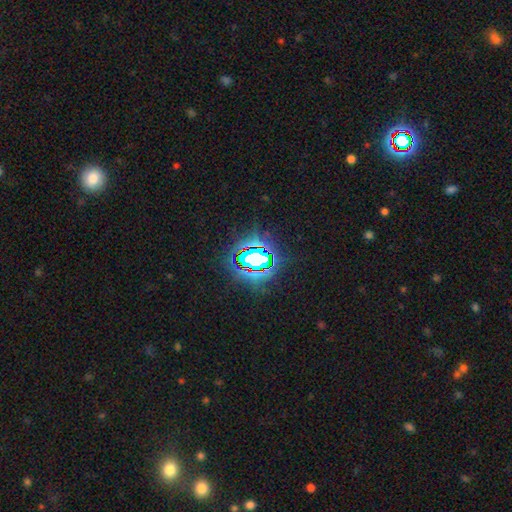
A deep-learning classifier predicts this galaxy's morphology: smooth-or-featured: star or artifact: 80% | smooth: 12% | featured or disk: 8%